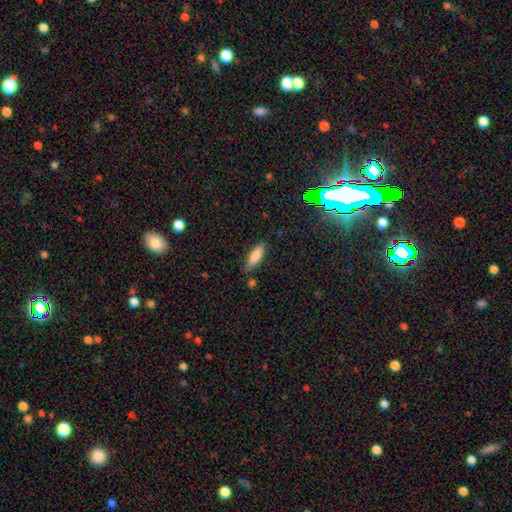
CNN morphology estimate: The model was most divided on "how rounded": in between: 59%, cigar-shaped: 39%, round: 2%. More confident: smooth or featured — smooth (82%); merging — none (79%).